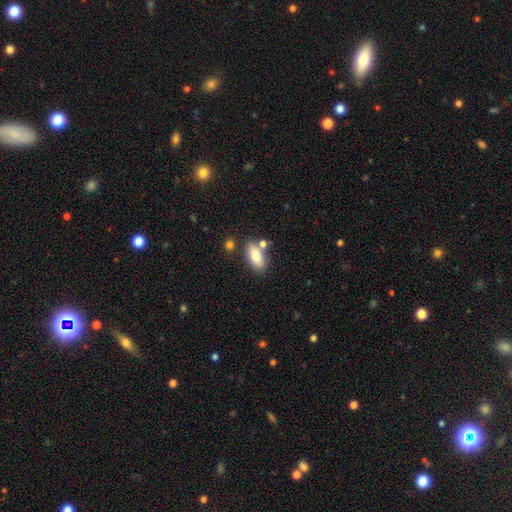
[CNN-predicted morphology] This is clearly a smooth galaxy (82%). How rounded: clearly in between (81%). Merging: likely none (69%).